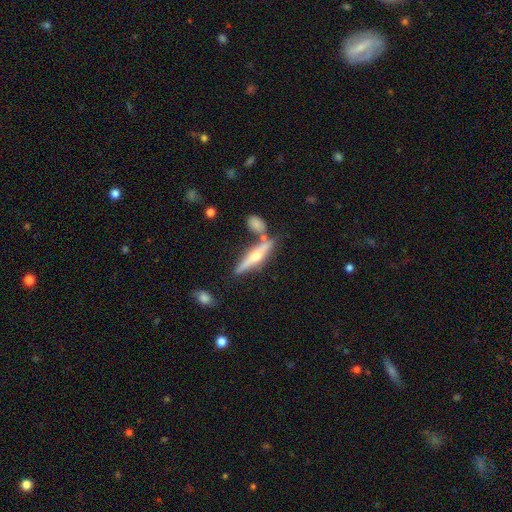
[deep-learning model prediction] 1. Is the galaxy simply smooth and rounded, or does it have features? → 64% featured or disk, 30% smooth, 6% star or artifact.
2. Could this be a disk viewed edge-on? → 94% yes, 6% no.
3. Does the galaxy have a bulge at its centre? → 93% rounded, 4% none, 3% boxy.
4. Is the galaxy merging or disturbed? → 70% none, 13% minor disturbance, 13% merger, 3% major disturbance.